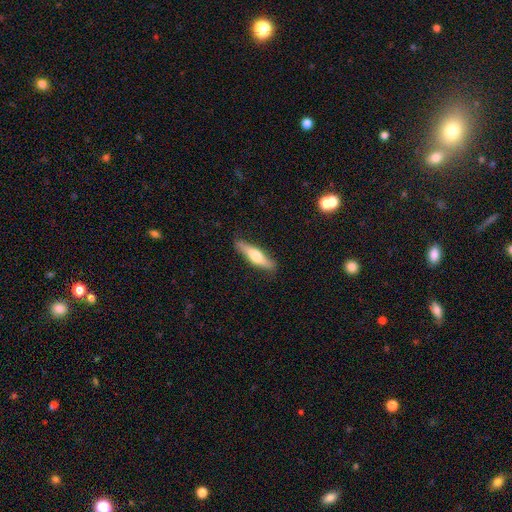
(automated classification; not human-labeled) The model was most divided on "smooth or featured": featured or disk: 49%, smooth: 46%, star or artifact: 5%. More confident: merging — none (86%).